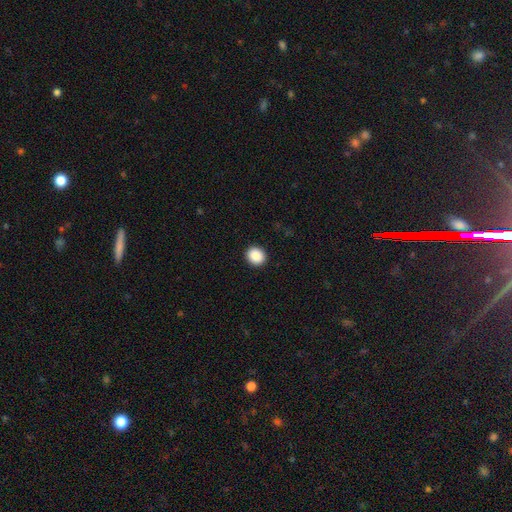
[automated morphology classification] type=smooth (89%); roundness=round (77%); merging=none (92%).